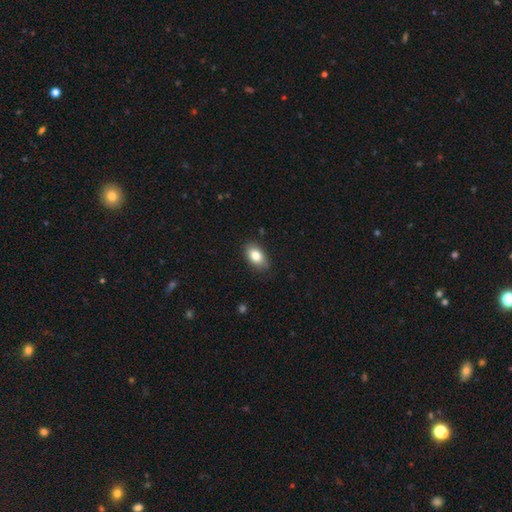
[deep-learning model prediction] Smooth or featured: smooth — 83% (featured or disk — 10%)
How rounded: in between — 89% (round — 9%)
Merging: none — 84% (minor disturbance — 13%)